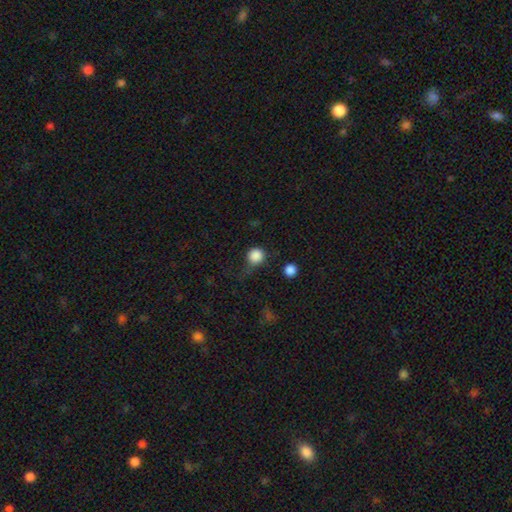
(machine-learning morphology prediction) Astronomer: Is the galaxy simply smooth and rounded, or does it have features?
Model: smooth — 85%.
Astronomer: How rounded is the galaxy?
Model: round — 92%.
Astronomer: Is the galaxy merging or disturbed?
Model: none — 61%.